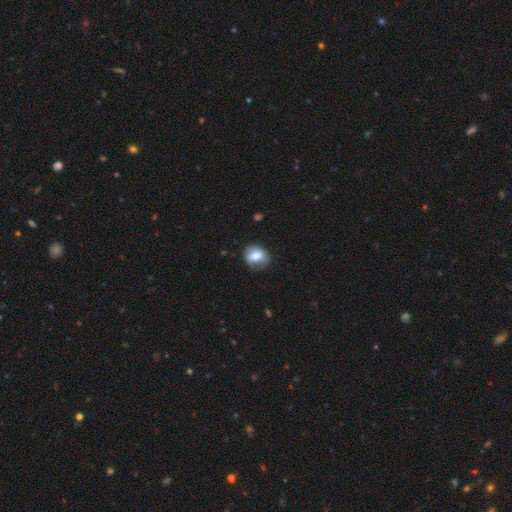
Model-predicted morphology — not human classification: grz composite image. It shows a smooth galaxy with no disk features (76%) that is round (56%). Merging: none (70%).